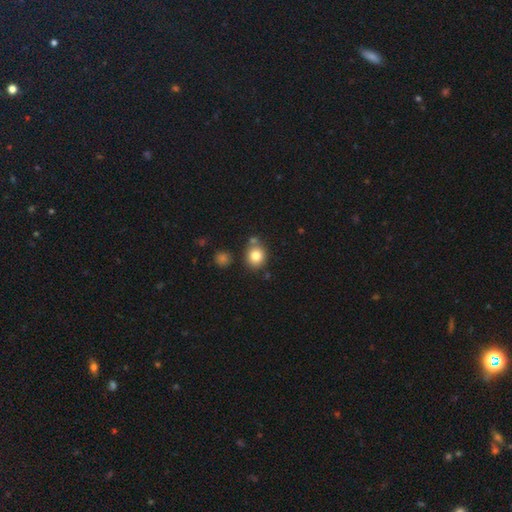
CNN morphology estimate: Overall: smooth (80%). How rounded: round (77%). Merging: none (71%).